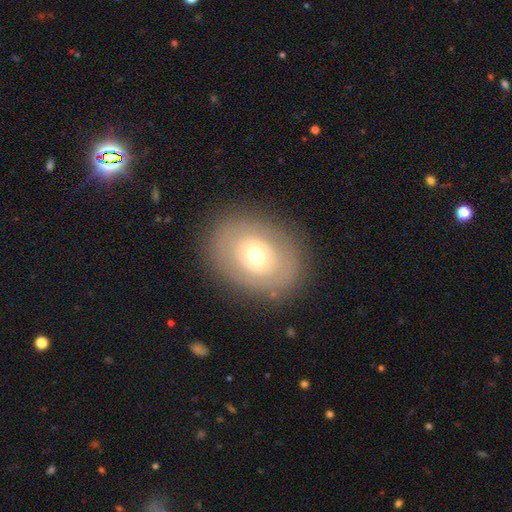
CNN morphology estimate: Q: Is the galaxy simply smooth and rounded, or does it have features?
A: smooth — 51%.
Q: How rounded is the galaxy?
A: in between — 61%.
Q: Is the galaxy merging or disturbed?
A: none — 84%.